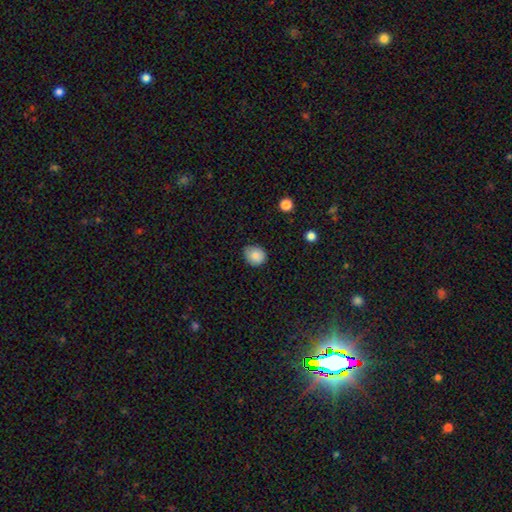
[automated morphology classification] Overall: smooth (85%). How rounded: round (76%). Merging: none (73%).